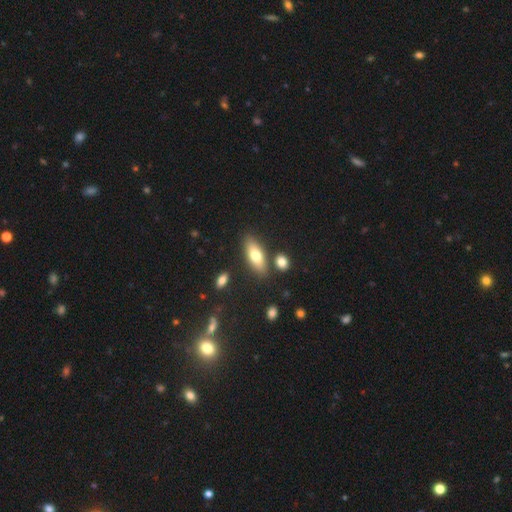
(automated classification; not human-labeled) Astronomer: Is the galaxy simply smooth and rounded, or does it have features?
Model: smooth — 70%.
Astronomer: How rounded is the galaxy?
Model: in between — 69%.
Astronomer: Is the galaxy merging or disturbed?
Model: none — 80%.